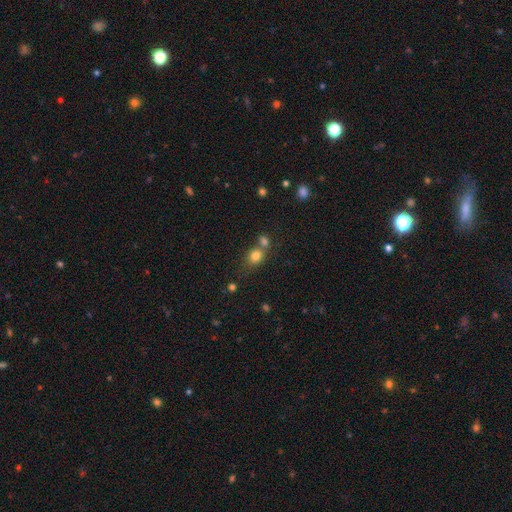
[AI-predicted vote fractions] A smooth galaxy with no disk features (80%) that is round (66%).

Vote fractions:
- Smooth or featured? smooth: 80% / star or artifact: 12% / featured or disk: 8%
- How rounded? round: 66% / in between: 33% / cigar-shaped: 1%
- Merging? none: 48% / merger: 37% / minor disturbance: 10% / major disturbance: 4%